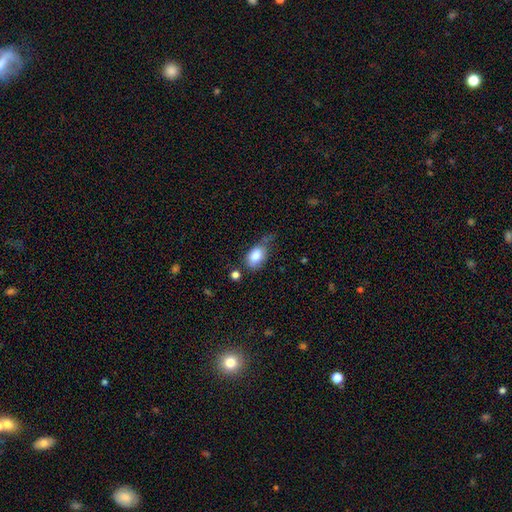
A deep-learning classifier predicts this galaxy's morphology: smooth 82%, featured or disk 10%, star or artifact 7%. Down the decision tree: how rounded — in between (87%); merging — none (41%).